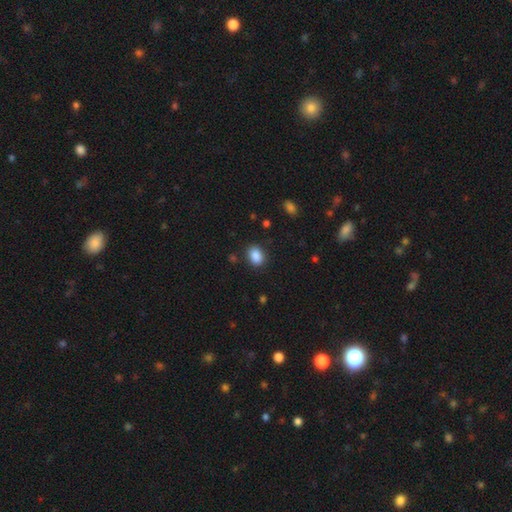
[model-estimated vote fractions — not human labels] Q: Smooth or featured?
A: smooth (87%); runner-up: star or artifact (9%)
Q: How rounded?
A: in between (69%); runner-up: round (30%)
Q: Merging?
A: none (85%); runner-up: minor disturbance (10%)